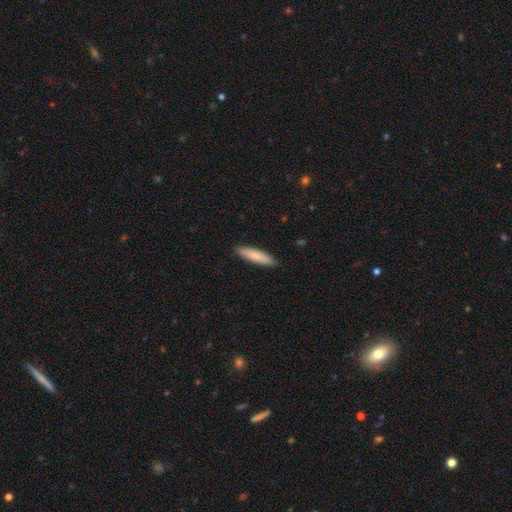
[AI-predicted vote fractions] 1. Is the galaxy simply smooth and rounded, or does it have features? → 83% smooth, 12% featured or disk, 5% star or artifact.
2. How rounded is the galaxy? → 78% cigar-shaped, 20% in between, 1% round.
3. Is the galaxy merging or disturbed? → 90% none, 8% minor disturbance, 2% major disturbance, 1% merger.